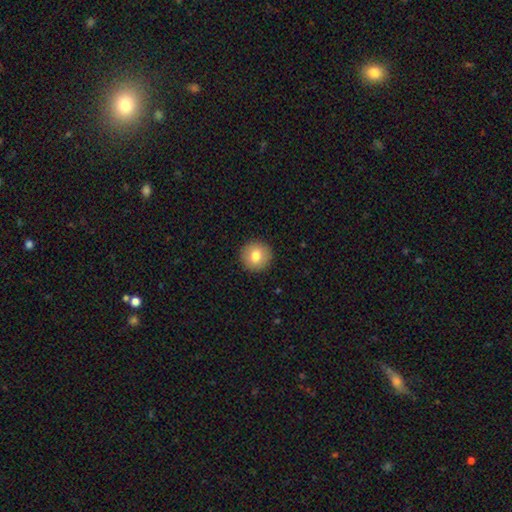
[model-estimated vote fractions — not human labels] This is likely a smooth galaxy (78%). How rounded: clearly round (95%). Merging: clearly none (92%).